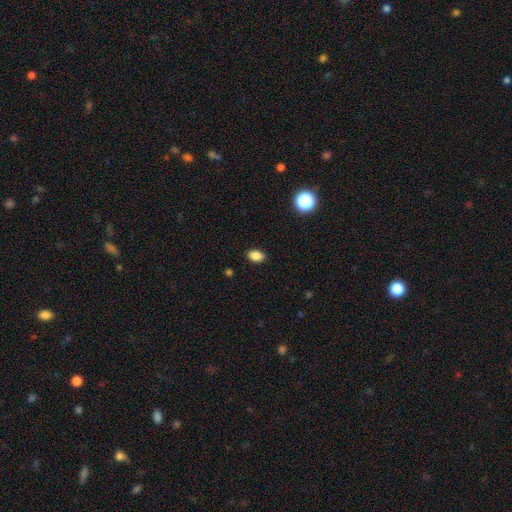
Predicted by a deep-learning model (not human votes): A smooth galaxy with no disk features (86%) that is in between round and cigar-shaped (85%). Merging: none (89%).